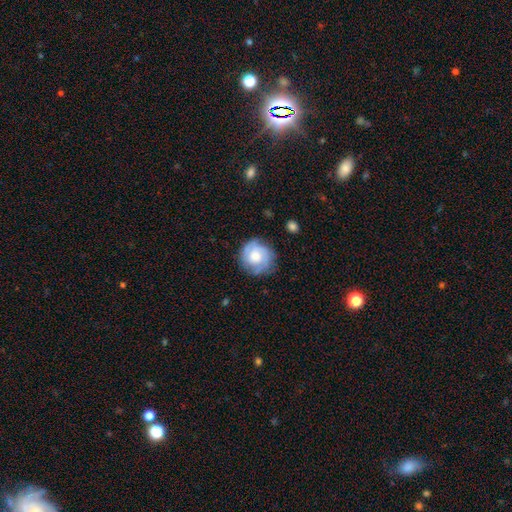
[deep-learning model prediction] Smooth or featured? Predicted: featured or disk (p=0.56). Edge-on disk? Predicted: no (p=0.98). Bar? Predicted: no (p=0.77). Spiral arms? Predicted: yes (p=0.82). Bulge size? Predicted: moderate (p=0.43). Merging? Predicted: none (p=0.72).